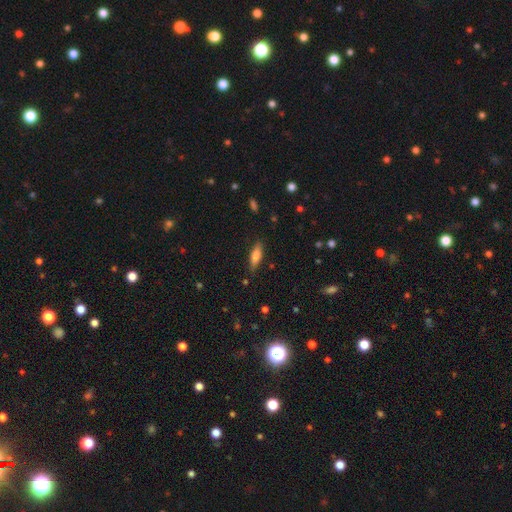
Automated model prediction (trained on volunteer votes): Q: Smooth or featured?
A: smooth (75%); runner-up: featured or disk (17%)
Q: How rounded?
A: cigar-shaped (54%); runner-up: in between (44%)
Q: Merging?
A: none (84%); runner-up: minor disturbance (12%)